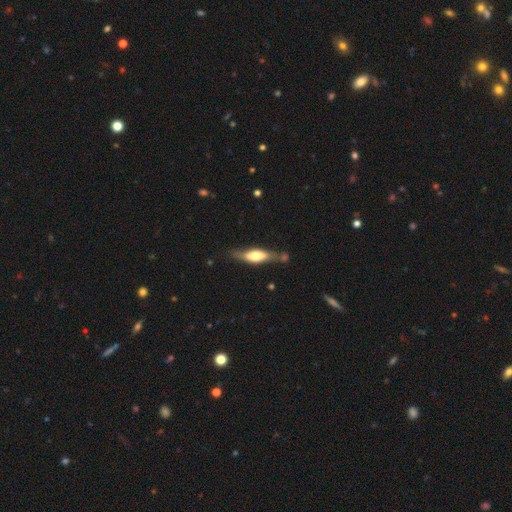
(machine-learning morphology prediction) Q: Smooth or featured?
A: featured or disk (48%); runner-up: smooth (47%)
Q: Merging?
A: none (66%); runner-up: minor disturbance (20%)